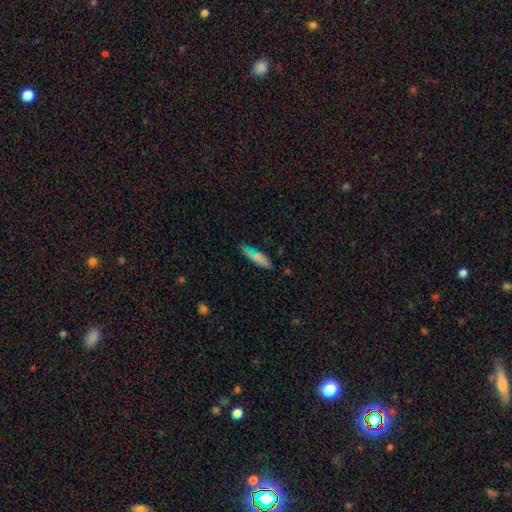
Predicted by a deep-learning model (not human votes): smooth-or-featured: smooth: 70% | featured or disk: 17% | star or artifact: 13%
  how-rounded: cigar-shaped: 55% | in between: 43% | round: 3%
  merging: none: 75% | minor disturbance: 18% | major disturbance: 4% | merger: 3%